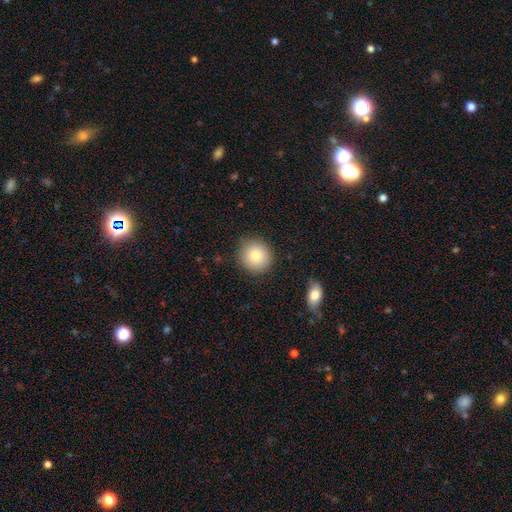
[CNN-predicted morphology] Smooth or featured? Predicted: smooth (p=0.80). How rounded? Predicted: round (p=0.92). Merging? Predicted: none (p=0.88).